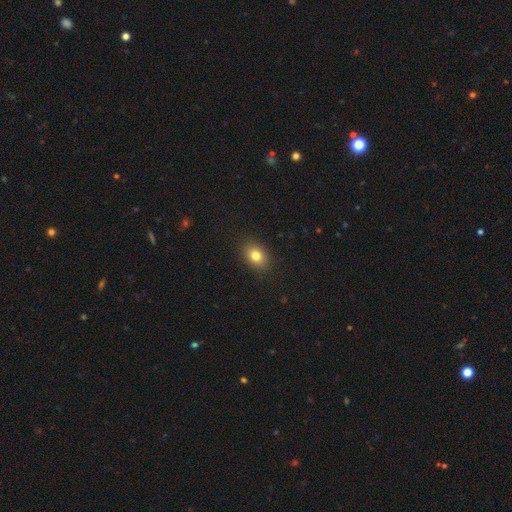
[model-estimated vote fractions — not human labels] This is clearly a smooth galaxy (80%). How rounded: likely in between (70%). Merging: clearly none (88%).